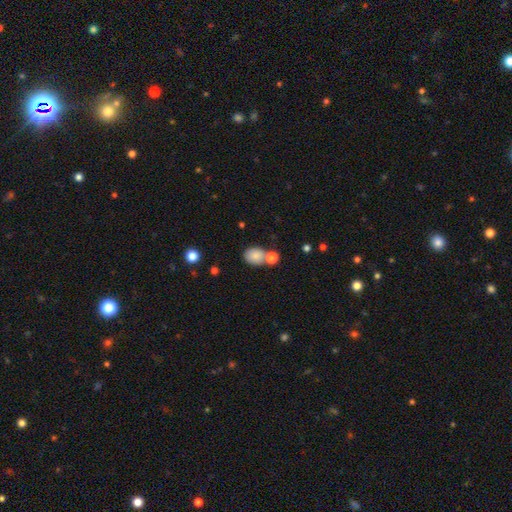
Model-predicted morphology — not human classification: A smooth galaxy with no disk features (83%) that is in between round and cigar-shaped (60%). Merging: none (55%).